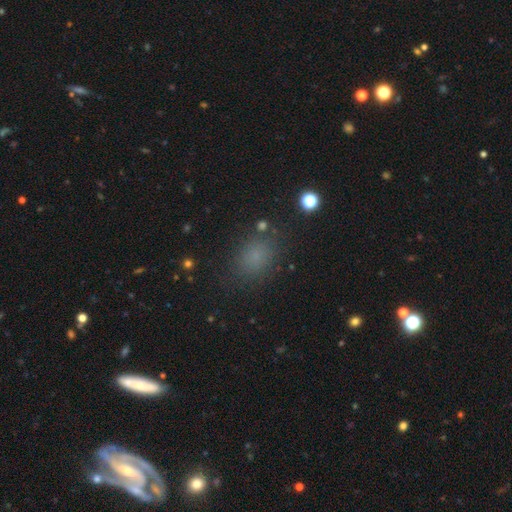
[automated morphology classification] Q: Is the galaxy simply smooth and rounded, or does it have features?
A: smooth — 73%.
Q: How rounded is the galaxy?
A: in between — 53%.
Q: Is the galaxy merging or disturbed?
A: none — 83%.